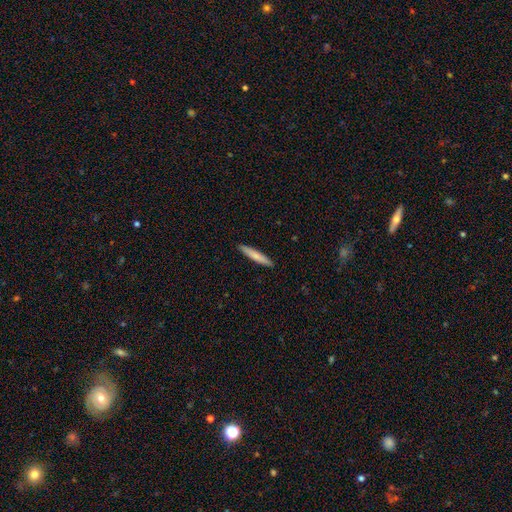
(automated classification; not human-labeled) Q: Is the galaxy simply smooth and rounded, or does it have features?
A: smooth — 77%.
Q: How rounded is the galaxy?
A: cigar-shaped — 93%.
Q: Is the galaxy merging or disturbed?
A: none — 92%.